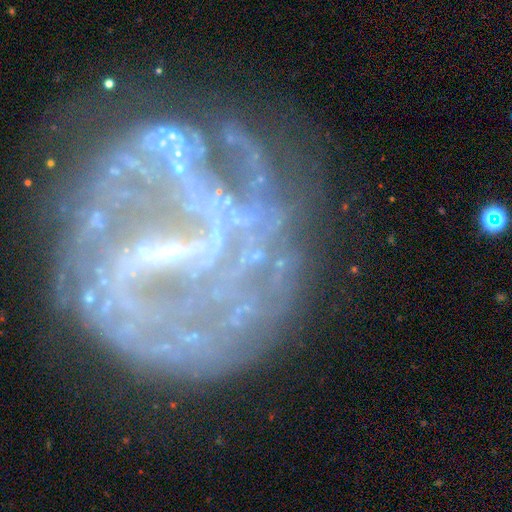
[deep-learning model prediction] Smooth or featured?
  - featured or disk: 86% *
  - star or artifact: 9%
  - smooth: 5%
Edge-on disk?
  - no: 97% *
  - yes: 3%
Bar?
  - strong: 58% *
  - weak: 27%
  - no: 15%
Spiral arms?
  - yes: 87% *
  - no: 13%
Spiral winding?
  - medium: 40% *
  - tight: 34%
  - loose: 26%
Spiral arm count?
  - 2: 46% *
  - can't tell: 22%
  - 3: 11%
  - 4: 8%
  - 1: 7%
  - more than 4: 7%
Bulge size?
  - small: 72% *
  - none: 15%
  - moderate: 10%
  - large: 2%
  - dominant: 1%
Merging?
  - none: 56% *
  - major disturbance: 20%
  - minor disturbance: 19%
  - merger: 5%